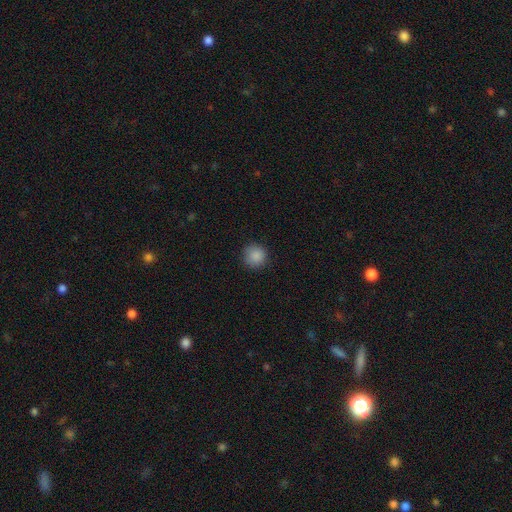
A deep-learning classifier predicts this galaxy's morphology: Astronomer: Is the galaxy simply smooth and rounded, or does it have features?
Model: smooth — 87%.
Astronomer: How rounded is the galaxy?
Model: round — 94%.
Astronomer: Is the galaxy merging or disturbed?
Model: none — 89%.